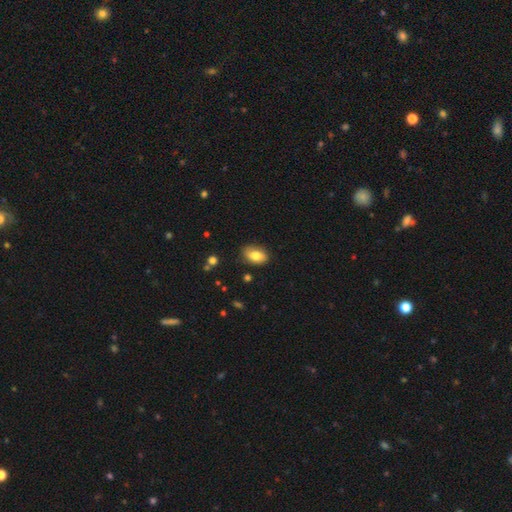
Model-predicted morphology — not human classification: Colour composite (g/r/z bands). It shows a smooth galaxy with no disk features (78%) that is in between round and cigar-shaped (89%). Merging: none (81%).